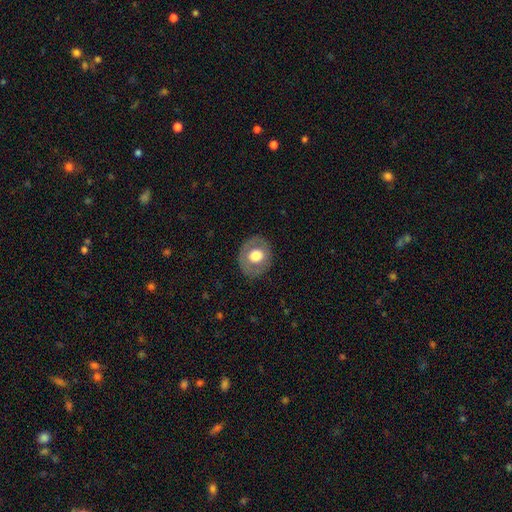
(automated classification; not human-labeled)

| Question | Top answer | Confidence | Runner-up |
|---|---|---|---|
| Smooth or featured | smooth | 59% | featured or disk (34%) |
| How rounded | round | 69% | in between (30%) |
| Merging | none | 82% | minor disturbance (12%) |